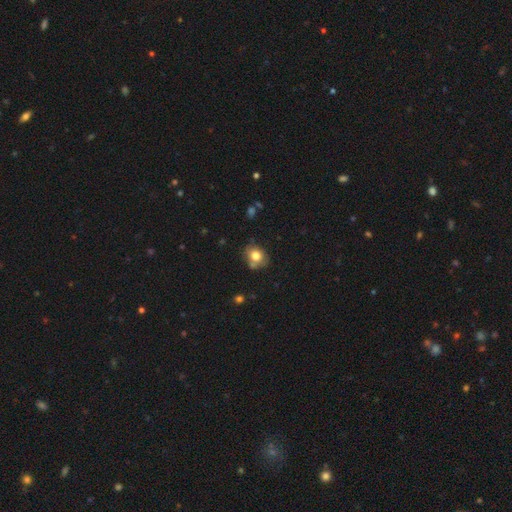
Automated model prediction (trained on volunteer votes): smooth 77%, featured or disk 12%, star or artifact 11%. Down the decision tree: how rounded — round (61%); merging — none (66%).